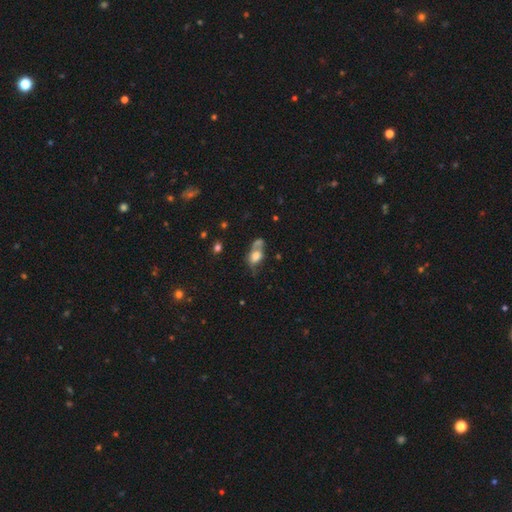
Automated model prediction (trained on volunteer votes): Q: Smooth or featured?
A: smooth (64%); runner-up: featured or disk (24%)
Q: How rounded?
A: in between (72%); runner-up: round (23%)
Q: Merging?
A: merger (35%); runner-up: none (27%)